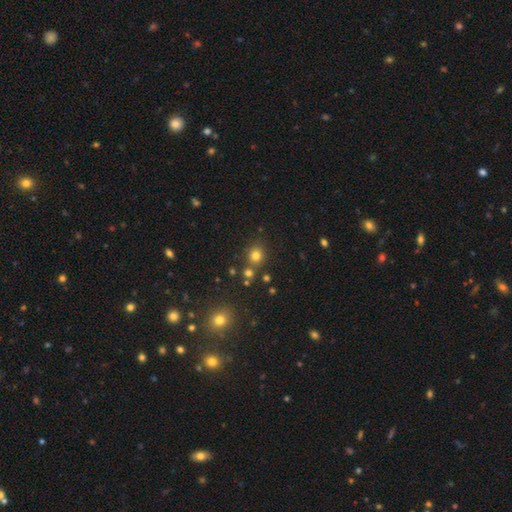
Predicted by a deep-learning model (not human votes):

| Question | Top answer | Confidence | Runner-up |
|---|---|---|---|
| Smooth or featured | smooth | 75% | star or artifact (18%) |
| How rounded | round | 81% | in between (18%) |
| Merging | none | 74% | merger (13%) |